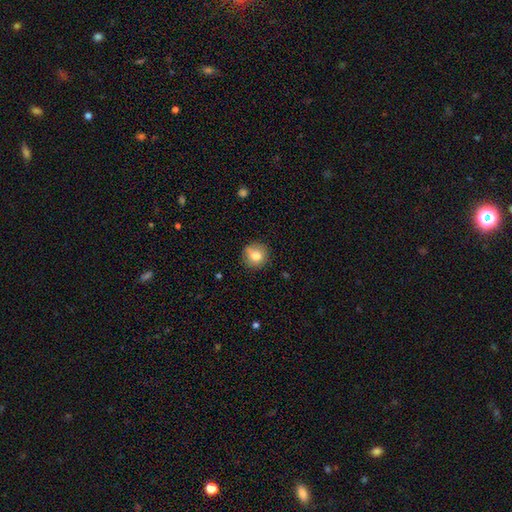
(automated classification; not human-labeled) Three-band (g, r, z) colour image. It shows a smooth galaxy with no disk features (80%) that is round (93%). Merging: none (84%).